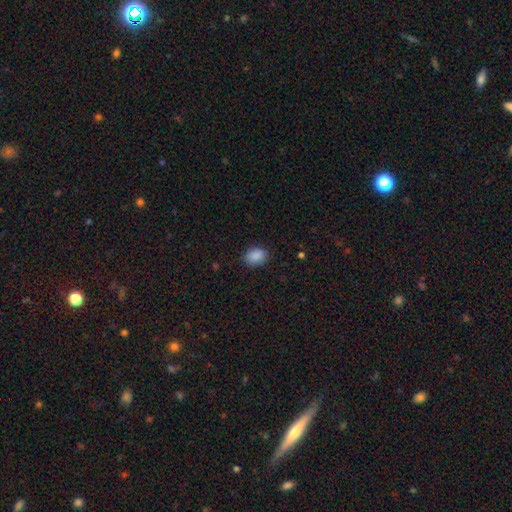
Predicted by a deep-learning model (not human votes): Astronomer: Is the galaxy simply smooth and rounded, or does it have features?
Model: smooth — 89%.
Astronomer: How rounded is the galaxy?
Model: in between — 65%.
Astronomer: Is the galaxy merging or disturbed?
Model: none — 85%.